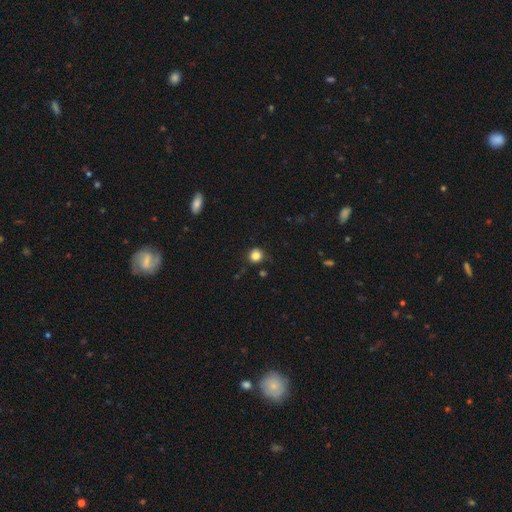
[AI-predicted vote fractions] Overall: smooth (83%). How rounded: round (91%). Merging: none (83%).